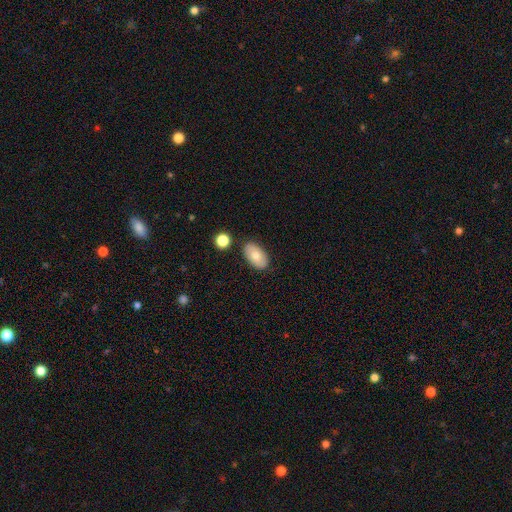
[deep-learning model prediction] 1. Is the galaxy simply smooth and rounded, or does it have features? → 79% smooth, 14% featured or disk, 7% star or artifact.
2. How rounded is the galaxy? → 94% in between, 4% round, 2% cigar-shaped.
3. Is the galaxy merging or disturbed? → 83% none, 11% minor disturbance, 3% merger, 2% major disturbance.